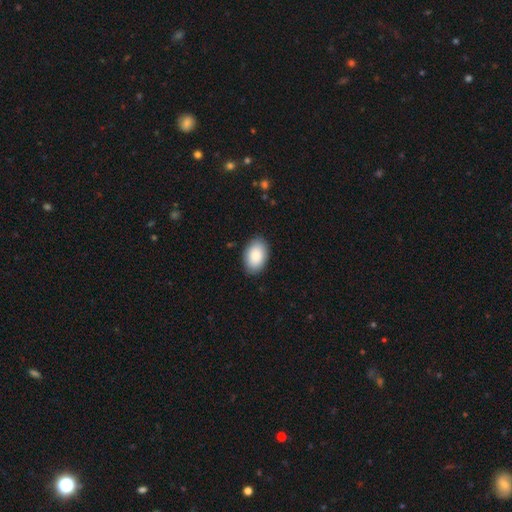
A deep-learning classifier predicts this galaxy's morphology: This appears to be a smooth galaxy with no disk features (88%) that is in between round and cigar-shaped (92%). Merging: none (88%).